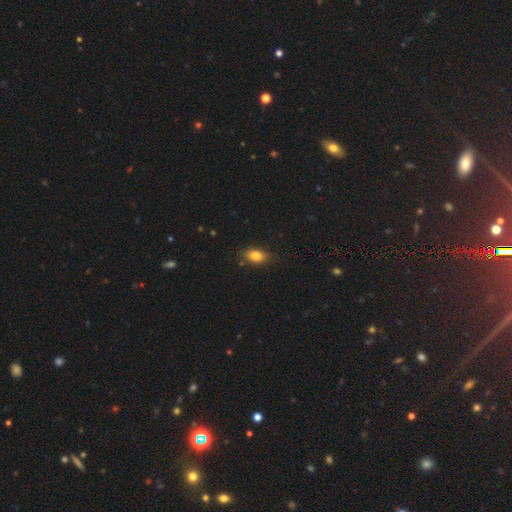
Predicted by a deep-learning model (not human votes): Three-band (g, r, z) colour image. It shows a smooth galaxy with no disk features (82%) that is in between round and cigar-shaped (83%). Merging: none (80%).